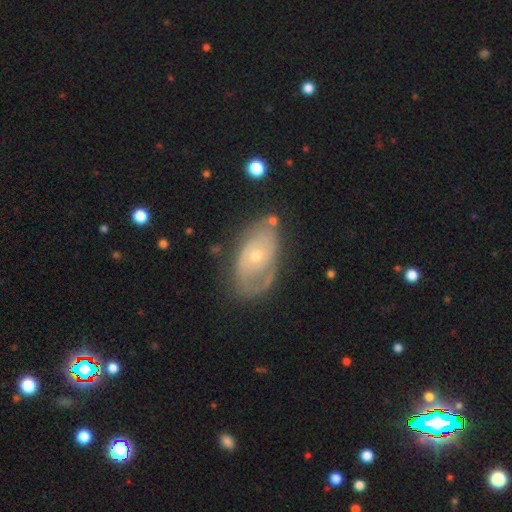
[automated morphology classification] A featured or disk galaxy (71%) with no bar (82%), spiral arms (63%) and a small central bulge (52%).

Vote fractions:
- Smooth or featured? featured or disk: 71% / smooth: 22% / star or artifact: 6%
- Edge-on disk? no: 93% / yes: 7%
- Bar? no: 82% / weak: 15% / strong: 3%
- Spiral arms? yes: 63% / no: 37%
- Bulge size? small: 52% / moderate: 45% / large: 2% / none: 1% / dominant: 1%
- Merging? none: 61% / minor disturbance: 23% / major disturbance: 13% / merger: 3%